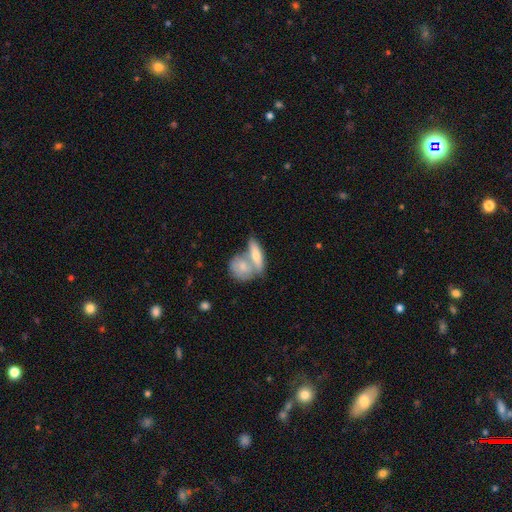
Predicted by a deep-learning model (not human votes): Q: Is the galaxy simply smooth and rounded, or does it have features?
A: smooth — 63%.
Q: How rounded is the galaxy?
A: in between — 54%.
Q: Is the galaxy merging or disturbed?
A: merger — 57%.